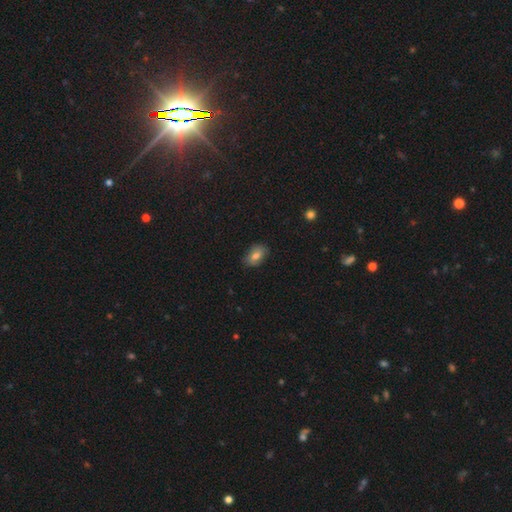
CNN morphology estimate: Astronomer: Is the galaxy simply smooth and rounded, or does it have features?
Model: smooth — 77%.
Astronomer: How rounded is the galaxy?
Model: in between — 87%.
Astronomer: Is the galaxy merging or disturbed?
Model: none — 78%.